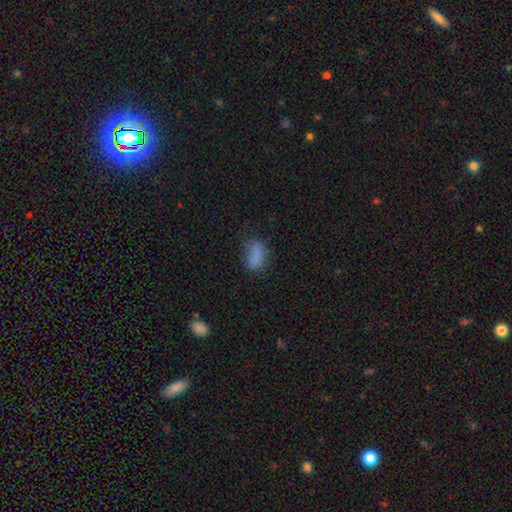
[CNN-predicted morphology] type=smooth (79%); roundness=in between (87%); merging=none (52%).